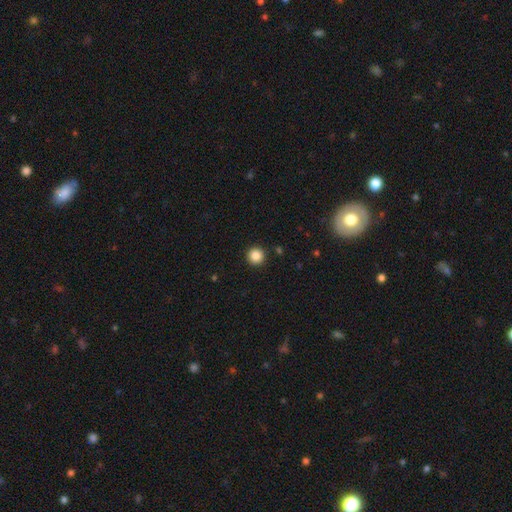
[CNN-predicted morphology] smooth-or-featured: smooth: 87% | star or artifact: 10% | featured or disk: 3%
  how-rounded: round: 96% | in between: 3% | cigar-shaped: 1%
  merging: none: 93% | minor disturbance: 4% | major disturbance: 2% | merger: 1%